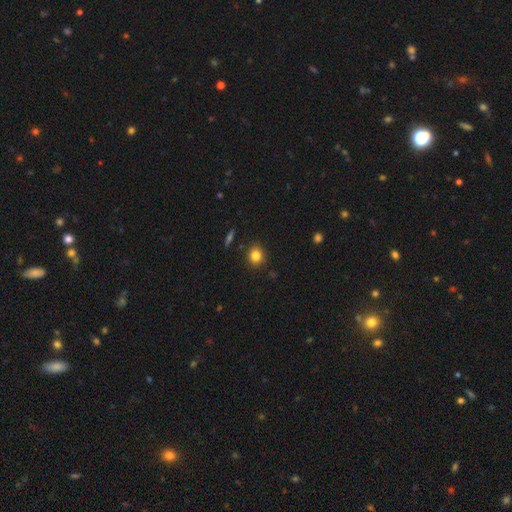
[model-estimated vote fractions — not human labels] smooth_or_featured: smooth (p=0.83) [alt: star or artifact p=0.11]
how_rounded: round (p=0.77) [alt: in between p=0.22]
merging: none (p=0.88) [alt: minor disturbance p=0.08]